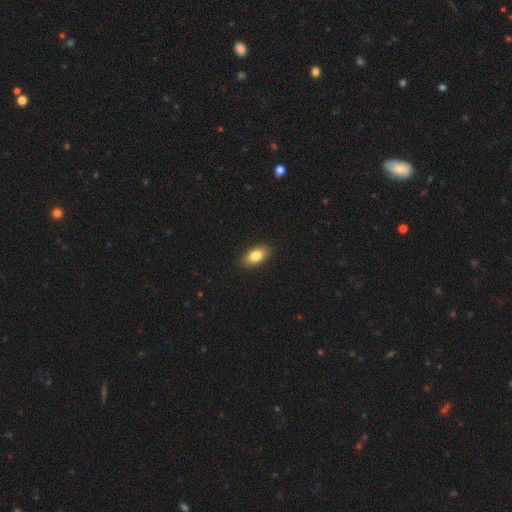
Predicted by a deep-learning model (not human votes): Morphology: type=smooth (82%); roundness=in between (90%); merging=none (89%).